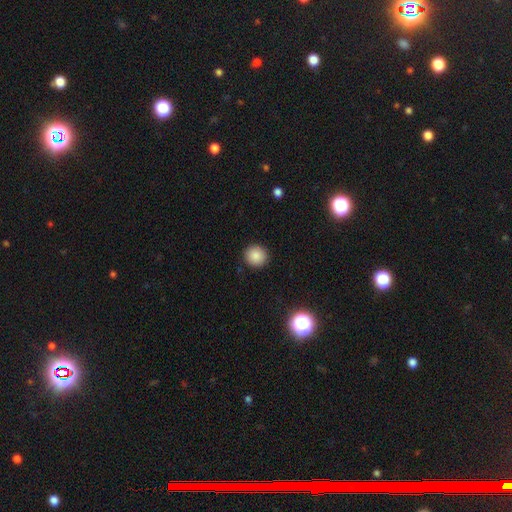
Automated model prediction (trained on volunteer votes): This is clearly a smooth galaxy (87%). How rounded: clearly round (92%). Merging: clearly none (92%).